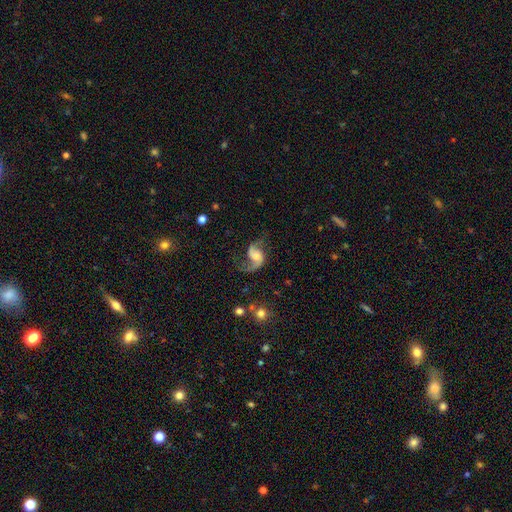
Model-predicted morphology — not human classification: A featured or disk galaxy (87%) with no bar (53%), 2 (90%) loose (67%) spiral arms (97%) and a moderate central bulge (41%).

Vote fractions:
- Smooth or featured? featured or disk: 87% / smooth: 7% / star or artifact: 6%
- Edge-on disk? no: 98% / yes: 2%
- Bar? no: 53% / weak: 35% / strong: 12%
- Spiral arms? yes: 97% / no: 3%
- Spiral winding? loose: 67% / medium: 28% / tight: 5%
- Spiral arm count? 2: 90% / 1: 6% / can't tell: 2% / 3: 1% / 4: 1% / more than 4: 1%
- Bulge size? moderate: 41% / small: 35% / large: 12% / none: 10% / dominant: 2%
- Merging? none: 67% / minor disturbance: 16% / major disturbance: 14% / merger: 2%